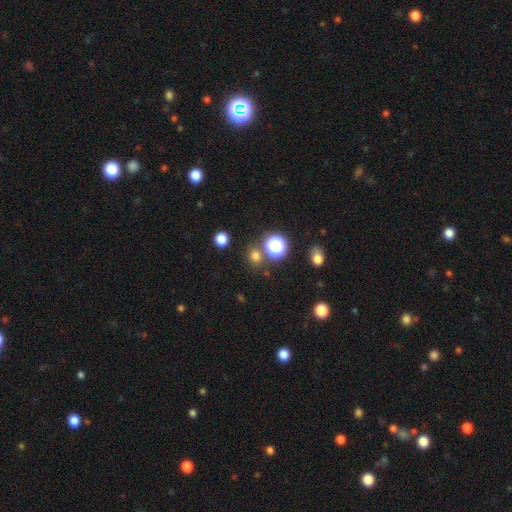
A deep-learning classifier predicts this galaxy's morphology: This appears to be a smooth galaxy with no disk features (69%) that is round (75%). Merging: none (77%).